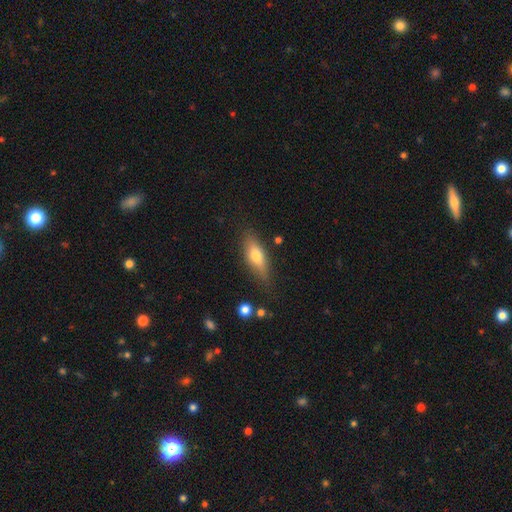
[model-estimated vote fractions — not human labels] The model was most divided on "how rounded": in between: 61%, cigar-shaped: 36%, round: 3%. More confident: merging — none (78%); smooth or featured — smooth (63%).